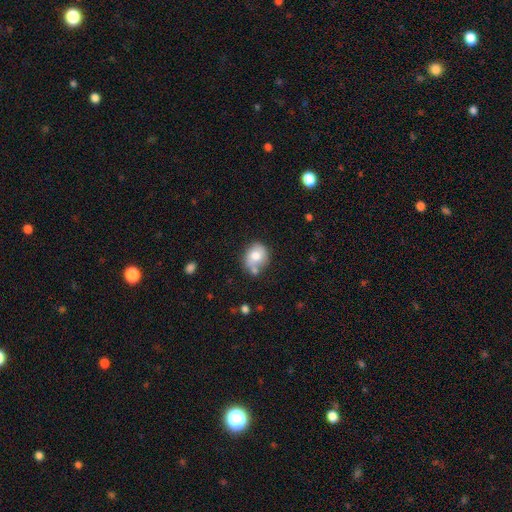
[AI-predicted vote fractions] Q: Smooth or featured?
A: smooth (69%); runner-up: featured or disk (22%)
Q: How rounded?
A: round (66%); runner-up: in between (33%)
Q: Merging?
A: none (51%); runner-up: minor disturbance (21%)